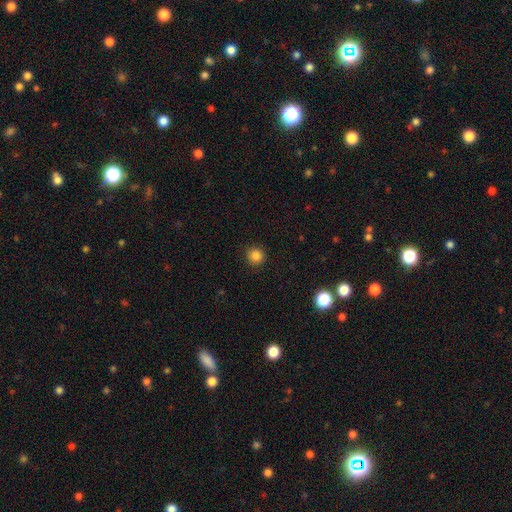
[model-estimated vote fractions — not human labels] Smooth or featured: smooth — 85% (star or artifact — 11%)
How rounded: round — 94% (in between — 5%)
Merging: none — 91% (minor disturbance — 6%)